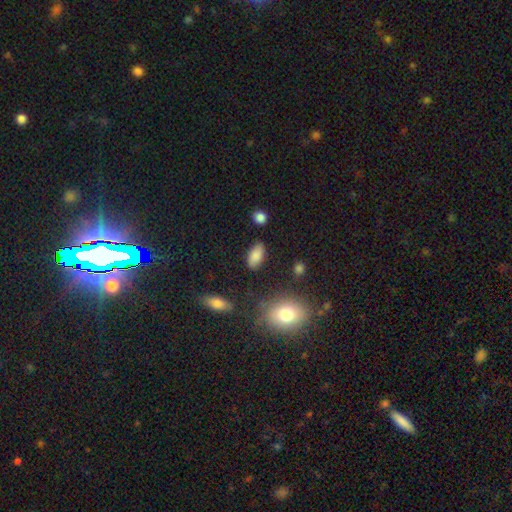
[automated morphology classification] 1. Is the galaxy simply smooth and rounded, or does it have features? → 84% smooth, 8% star or artifact, 7% featured or disk.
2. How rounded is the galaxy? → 91% in between, 5% cigar-shaped, 4% round.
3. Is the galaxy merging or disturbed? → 80% none, 14% minor disturbance, 4% major disturbance, 2% merger.